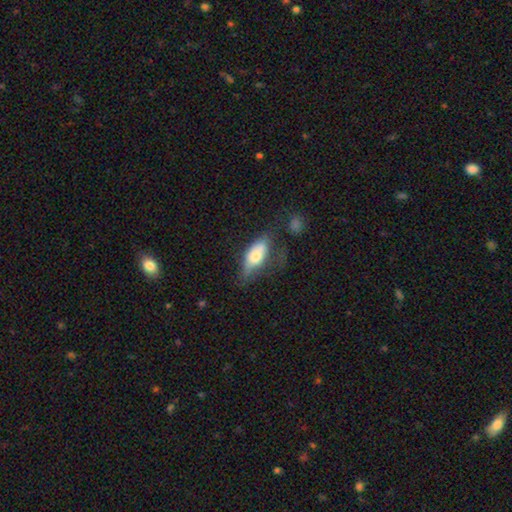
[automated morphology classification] Smooth or featured? Predicted: smooth (p=0.65). How rounded? Predicted: in between (p=0.82). Merging? Predicted: none (p=0.35).